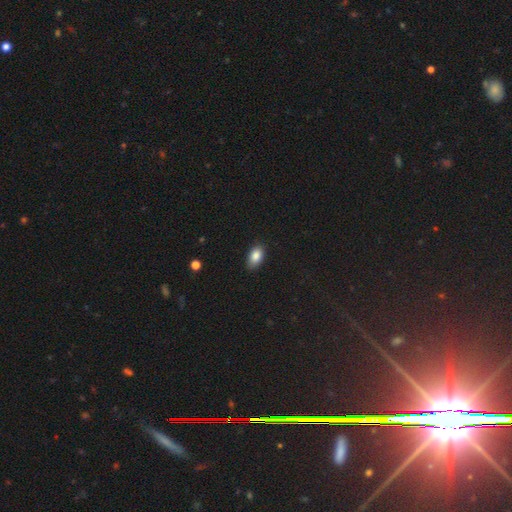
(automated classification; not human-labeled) Smooth or featured? Predicted: smooth (p=0.86). How rounded? Predicted: in between (p=0.90). Merging? Predicted: none (p=0.84).